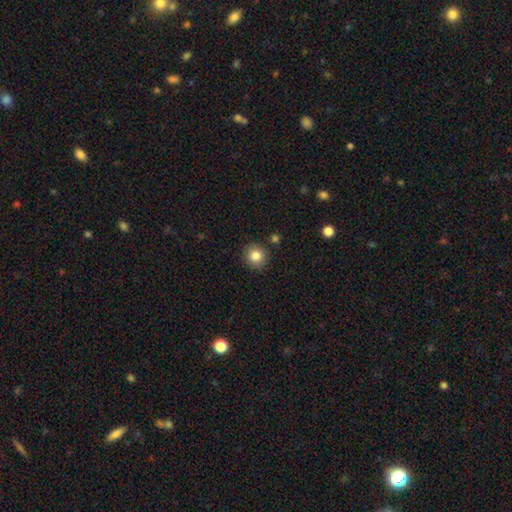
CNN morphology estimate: Overall: smooth (84%). How rounded: round (90%). Merging: none (87%).